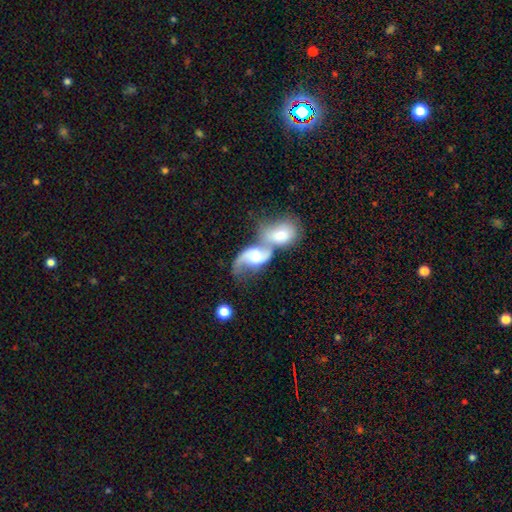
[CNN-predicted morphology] smooth-or-featured: featured or disk: 71% | smooth: 23% | star or artifact: 6%
  disk-edge-on: no: 96% | yes: 4%
    bar: no: 52% | weak: 37% | strong: 11%
    has-spiral-arms: yes: 91% | no: 9%
      spiral-winding: loose: 73% | medium: 22% | tight: 5%
      spiral-arm-count: 2: 82% | 1: 11% | can't tell: 4% | 3: 1% | 4: 1% | more than 4: 1%
    bulge-size: moderate: 51% | large: 26% | small: 15% | none: 5% | dominant: 3%
  merging: merger: 73% | none: 14% | major disturbance: 7% | minor disturbance: 6%